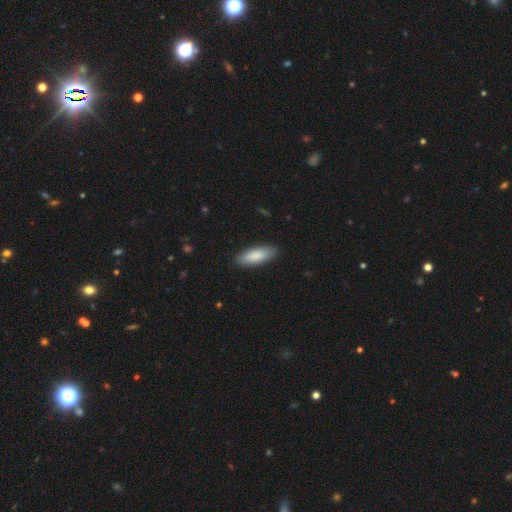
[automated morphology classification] Smooth or featured? Predicted: smooth (p=0.86). How rounded? Predicted: in between (p=0.66). Merging? Predicted: none (p=0.89).